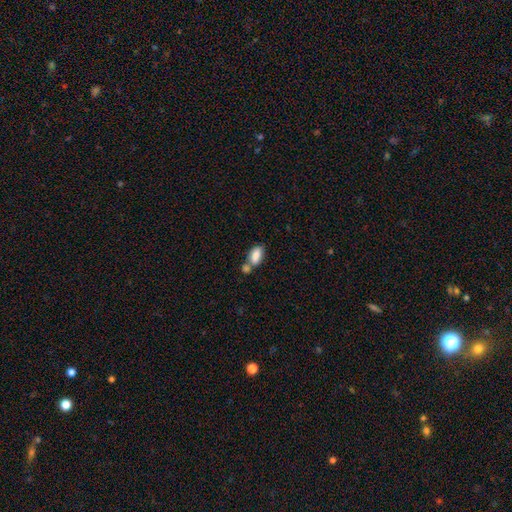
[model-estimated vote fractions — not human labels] Smooth or featured? Predicted: smooth (p=0.83). How rounded? Predicted: in between (p=0.90). Merging? Predicted: merger (p=0.44).